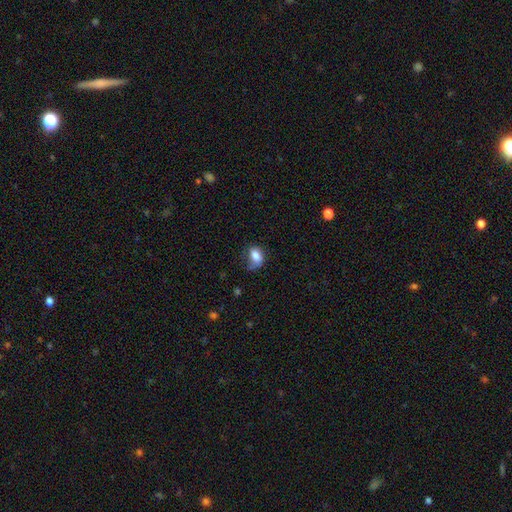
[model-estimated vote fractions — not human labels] Overall: smooth (80%). How rounded: in between (77%). Merging: none (45%; minor disturbance 34%).